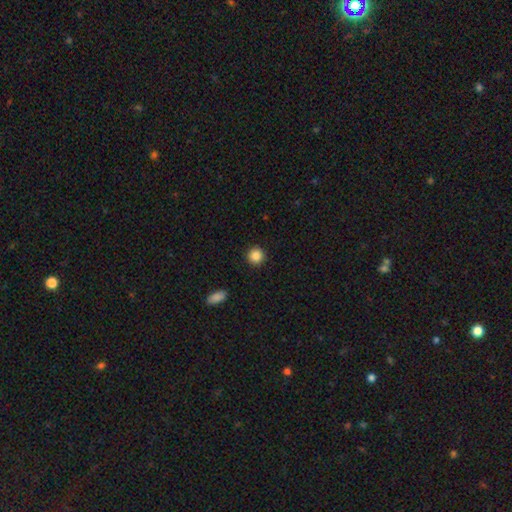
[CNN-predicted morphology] smooth_or_featured: smooth (p=0.87) [alt: star or artifact p=0.09]
how_rounded: round (p=0.94) [alt: in between p=0.05]
merging: none (p=0.92) [alt: minor disturbance p=0.05]